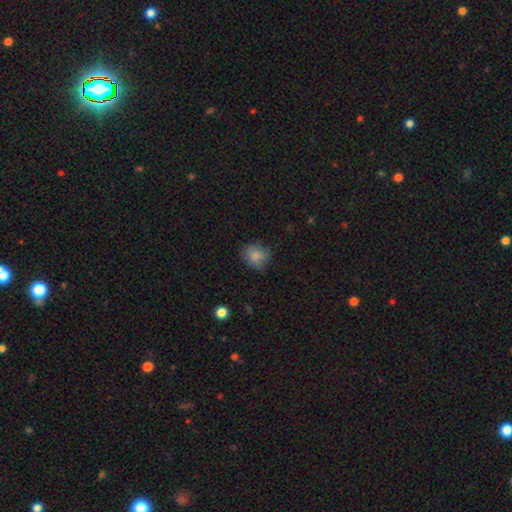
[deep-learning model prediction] This is clearly a smooth galaxy (82%). How rounded: likely round (72%). Merging: likely none (71%).